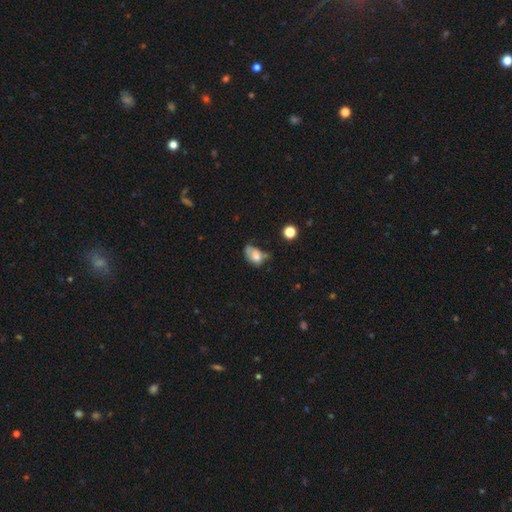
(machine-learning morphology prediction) smooth_or_featured: smooth (p=0.67) [alt: featured or disk p=0.22]
how_rounded: in between (p=0.78) [alt: round p=0.20]
merging: minor disturbance (p=0.36) [alt: none p=0.28]